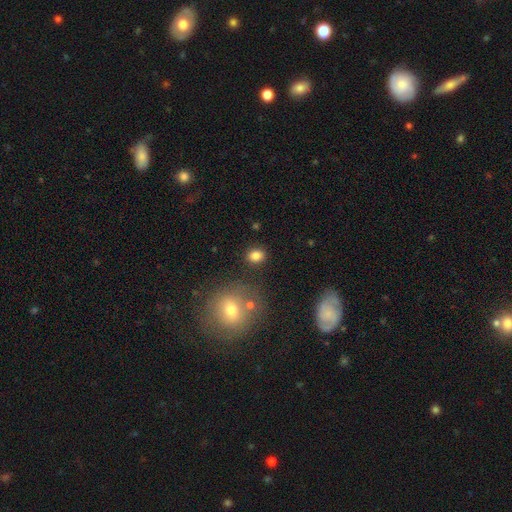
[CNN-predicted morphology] Smooth or featured: smooth — 83% (star or artifact — 11%)
How rounded: round — 55% (in between — 44%)
Merging: none — 84% (minor disturbance — 9%)